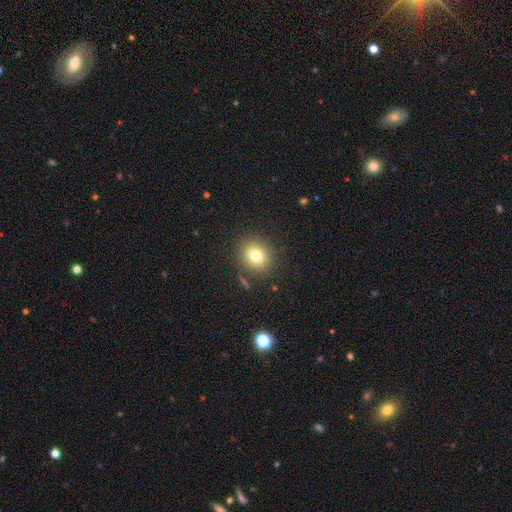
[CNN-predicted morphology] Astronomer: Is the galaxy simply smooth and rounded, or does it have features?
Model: smooth — 77%.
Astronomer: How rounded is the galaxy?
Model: round — 70%.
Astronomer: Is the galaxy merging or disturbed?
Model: none — 85%.